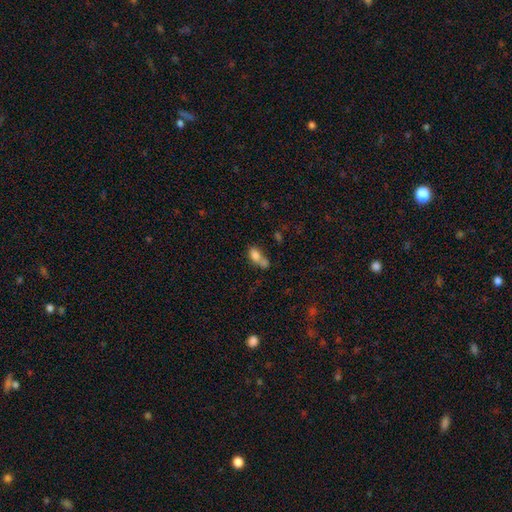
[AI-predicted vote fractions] smooth_or_featured: smooth (p=0.75) [alt: featured or disk p=0.14]
how_rounded: in between (p=0.78) [alt: round p=0.14]
merging: merger (p=0.52) [alt: none p=0.23]